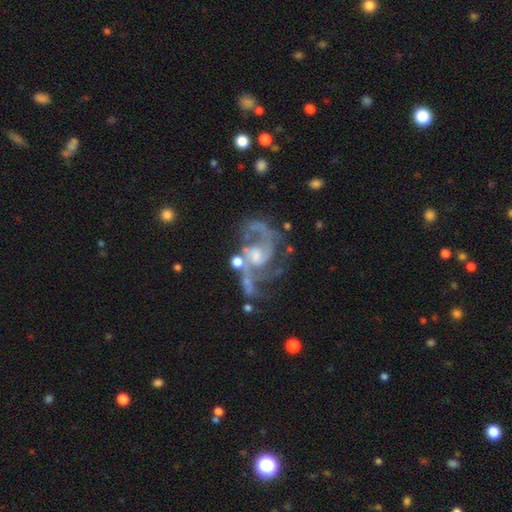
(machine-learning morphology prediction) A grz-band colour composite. It shows a featured or disk galaxy (89%) with a weak bar (44%, tied with no), 2 (78%) medium (57%) spiral arms (96%) and a small central bulge (42%). Merging: none (49%).